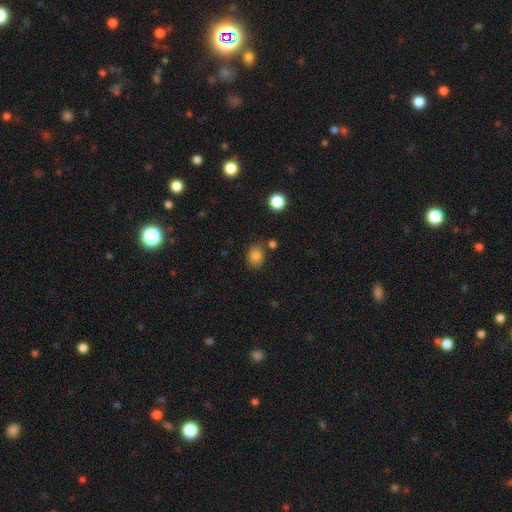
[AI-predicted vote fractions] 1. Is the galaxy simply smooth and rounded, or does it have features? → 83% smooth, 11% star or artifact, 6% featured or disk.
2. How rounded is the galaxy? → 64% in between, 35% round, 1% cigar-shaped.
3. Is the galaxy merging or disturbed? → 74% none, 15% minor disturbance, 7% merger, 4% major disturbance.